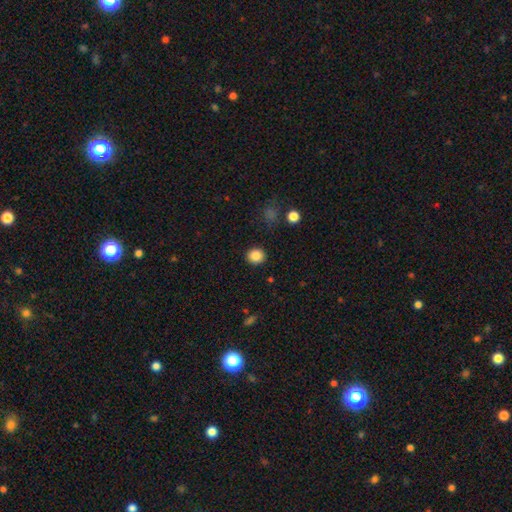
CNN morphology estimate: This appears to be a smooth galaxy with no disk features (86%) that is round (86%). Merging: none (90%).